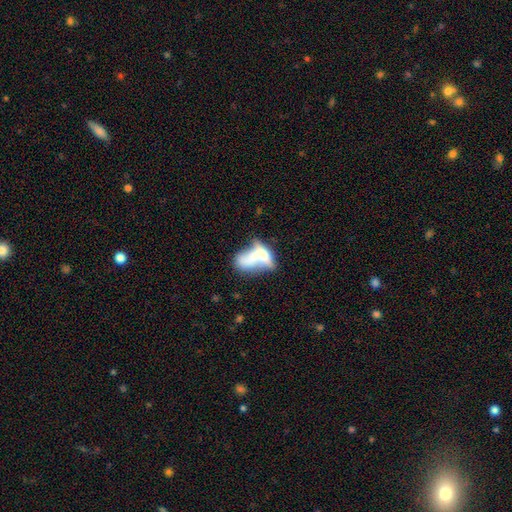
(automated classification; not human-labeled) Smooth or featured? Predicted: smooth (p=0.53). How rounded? Predicted: in between (p=0.69). Merging? Predicted: merger (p=0.63).